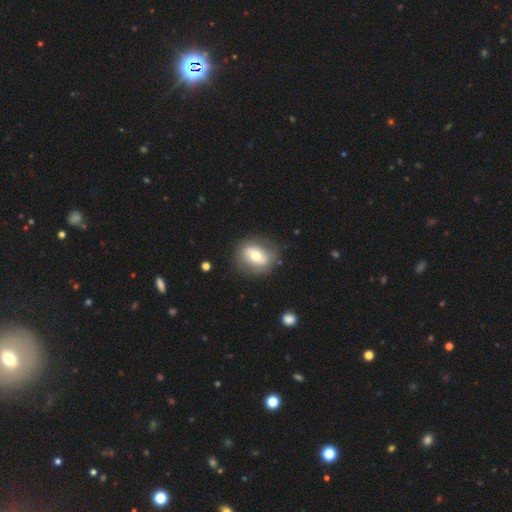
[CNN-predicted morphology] This is possibly a smooth galaxy (54%). How rounded: possibly in between (53%). Merging: clearly none (81%).